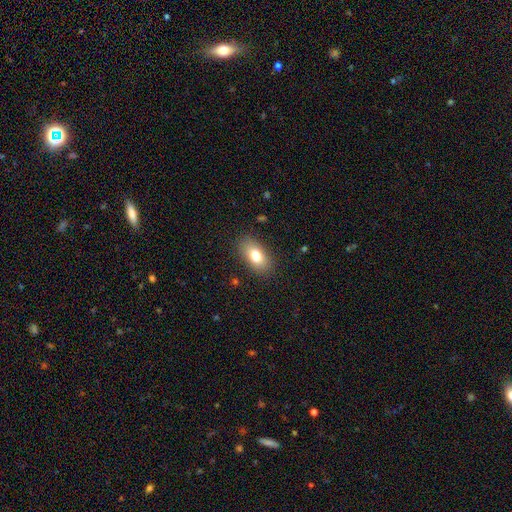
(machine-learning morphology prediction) smooth 78%, featured or disk 14%, star or artifact 9%. Down the decision tree: how rounded — in between (89%); merging — none (86%).